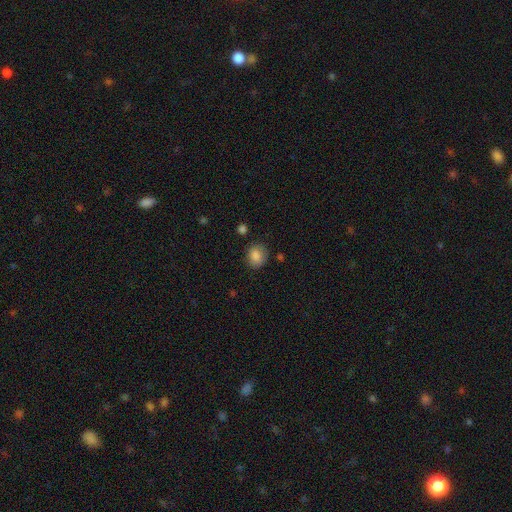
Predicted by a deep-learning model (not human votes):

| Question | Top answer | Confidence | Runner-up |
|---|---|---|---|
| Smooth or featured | smooth | 85% | star or artifact (9%) |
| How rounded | round | 62% | in between (37%) |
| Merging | none | 78% | minor disturbance (15%) |